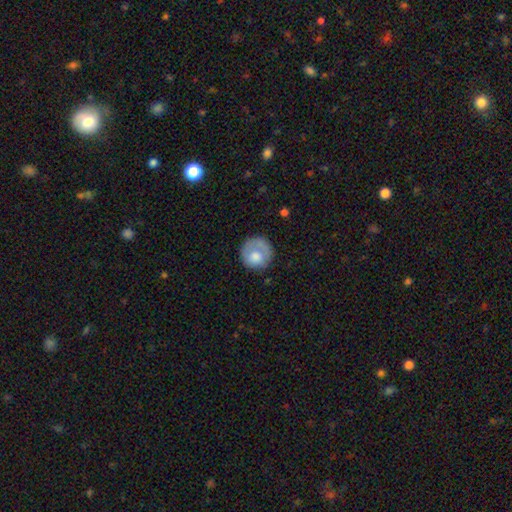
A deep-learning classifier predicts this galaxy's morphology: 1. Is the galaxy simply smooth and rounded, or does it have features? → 70% smooth, 24% featured or disk, 7% star or artifact.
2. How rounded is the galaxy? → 89% round, 10% in between, 1% cigar-shaped.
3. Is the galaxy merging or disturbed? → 64% none, 20% minor disturbance, 13% major disturbance, 2% merger.